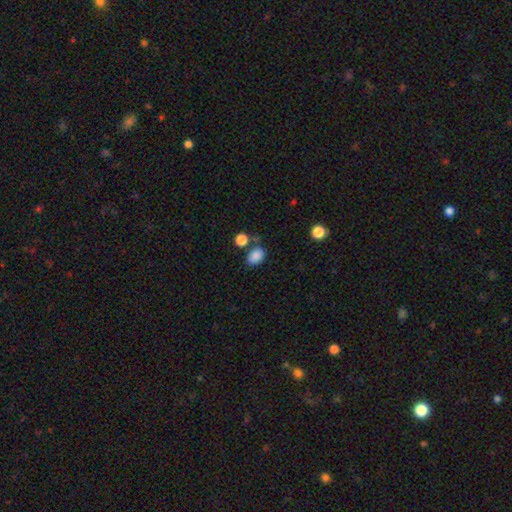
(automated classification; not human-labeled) Smooth or featured? Predicted: smooth (p=0.86). How rounded? Predicted: in between (p=0.80). Merging? Predicted: none (p=0.66).